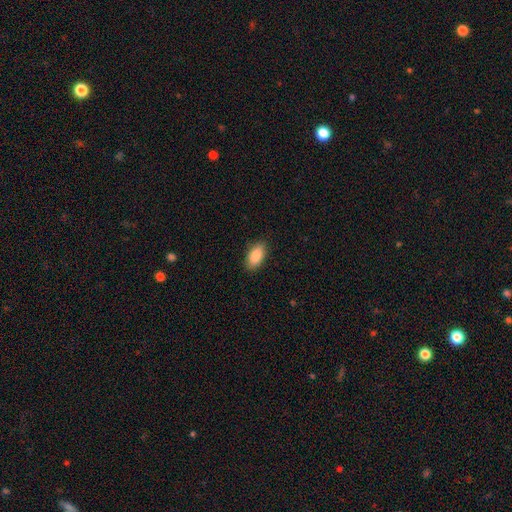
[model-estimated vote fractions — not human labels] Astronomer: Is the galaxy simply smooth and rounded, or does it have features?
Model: smooth — 90%.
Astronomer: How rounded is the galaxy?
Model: in between — 93%.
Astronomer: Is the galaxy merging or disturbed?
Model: none — 88%.